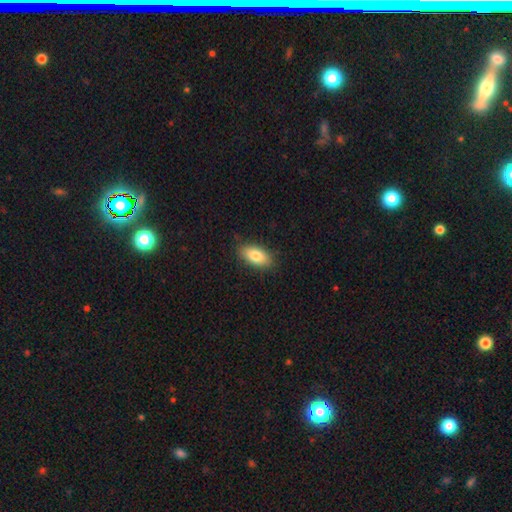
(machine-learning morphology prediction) This appears to be a smooth galaxy with no disk features (80%) that is in between round and cigar-shaped (89%). Merging: none (86%).